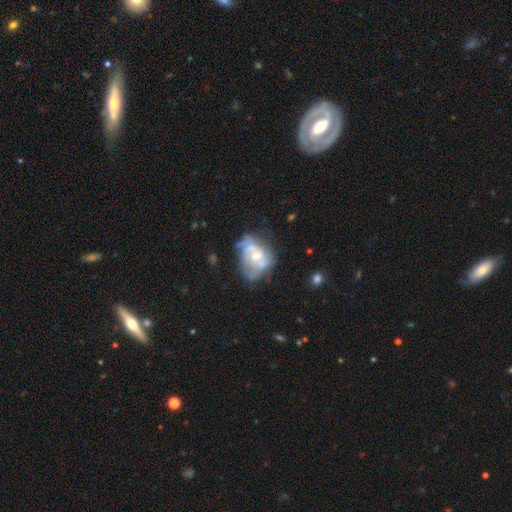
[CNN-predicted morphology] A featured or disk galaxy (65%) with no bar (73%), no spiral arms (55%) and a moderate central bulge (50%). Merging: none (31%).